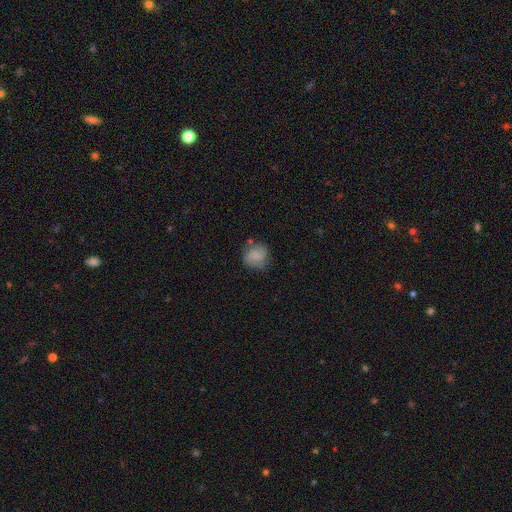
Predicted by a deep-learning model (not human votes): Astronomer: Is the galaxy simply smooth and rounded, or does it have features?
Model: smooth — 71%.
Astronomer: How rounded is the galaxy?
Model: round — 82%.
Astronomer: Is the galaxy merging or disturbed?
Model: none — 65%.